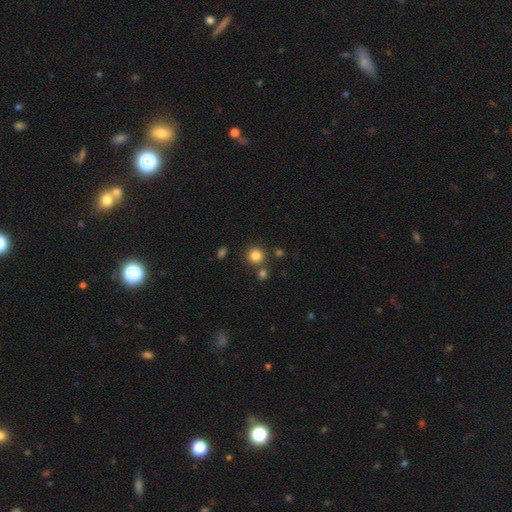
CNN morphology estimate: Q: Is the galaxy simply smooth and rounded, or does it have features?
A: smooth — 83%.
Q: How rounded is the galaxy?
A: round — 92%.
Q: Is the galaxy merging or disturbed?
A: none — 79%.